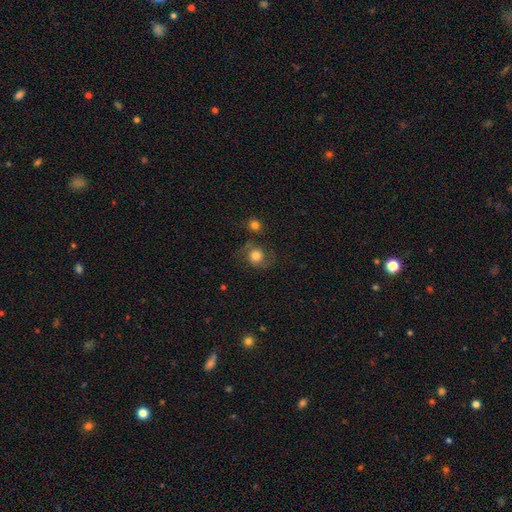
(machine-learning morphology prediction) Smooth or featured: smooth — 52% (featured or disk — 38%)
How rounded: round — 79% (in between — 20%)
Merging: none — 67% (minor disturbance — 18%)